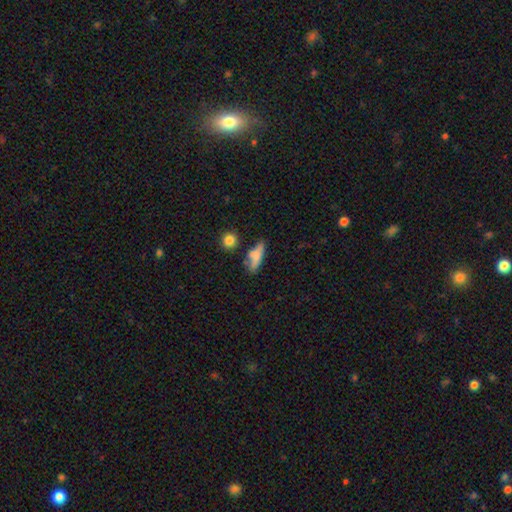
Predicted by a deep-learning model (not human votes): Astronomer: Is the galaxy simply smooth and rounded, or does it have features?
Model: smooth — 70%.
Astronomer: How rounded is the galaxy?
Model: cigar-shaped — 49% (runner-up: in between, 46%).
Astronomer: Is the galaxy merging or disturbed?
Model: none — 54%.